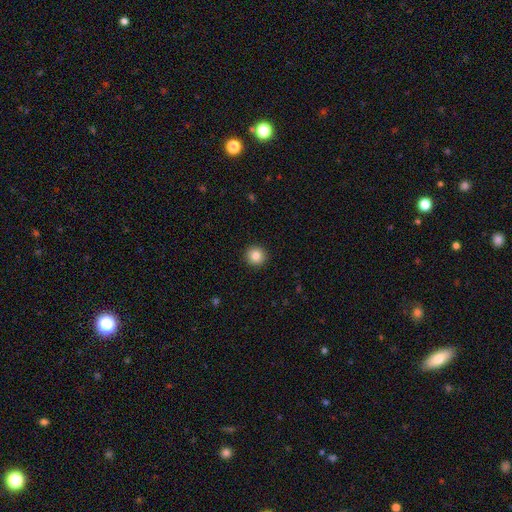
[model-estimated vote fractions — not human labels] Smooth or featured?
  - smooth: 86% *
  - star or artifact: 9%
  - featured or disk: 5%
How rounded?
  - round: 94% *
  - in between: 5%
  - cigar-shaped: 1%
Merging?
  - none: 93% *
  - minor disturbance: 5%
  - major disturbance: 2%
  - merger: 1%